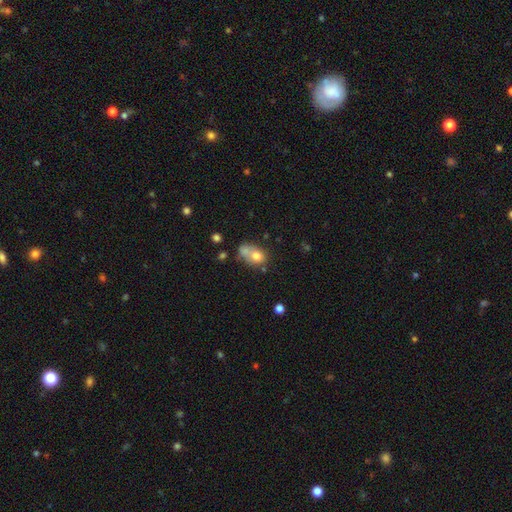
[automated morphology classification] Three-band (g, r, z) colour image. It shows a smooth galaxy with no disk features (71%) that is in between round and cigar-shaped (56%). Merging: merger (46%).